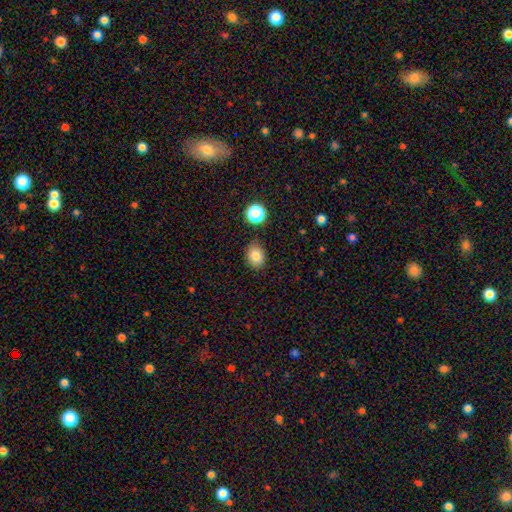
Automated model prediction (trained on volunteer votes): This appears to be a smooth galaxy with no disk features (82%) that is in between round and cigar-shaped (56%). Merging: none (84%).